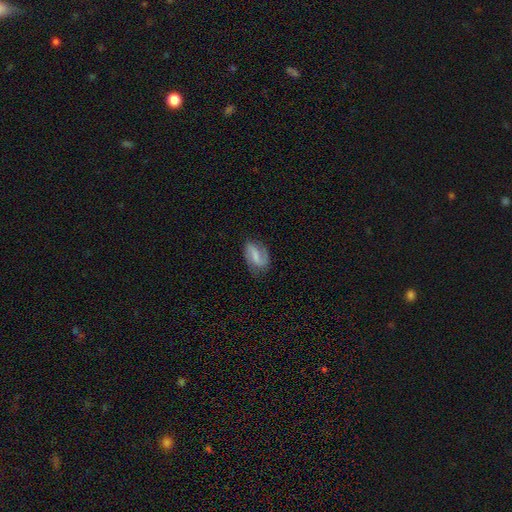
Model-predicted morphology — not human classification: Smooth or featured: featured or disk — 55% (smooth — 37%)
Edge-on disk: no — 96% (yes — 4%)
Bar: weak — 45% (strong — 32%)
Spiral arms: yes — 88% (no — 12%)
Bulge size: none — 38% (small — 35%)
Merging: none — 68% (minor disturbance — 22%)